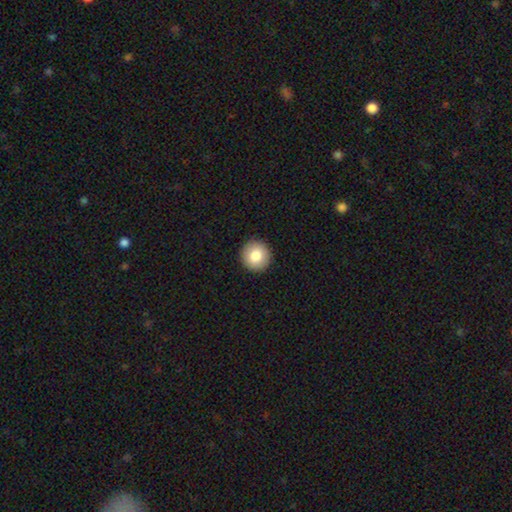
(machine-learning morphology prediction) Smooth or featured? Predicted: smooth (p=0.82). How rounded? Predicted: round (p=0.94). Merging? Predicted: none (p=0.93).